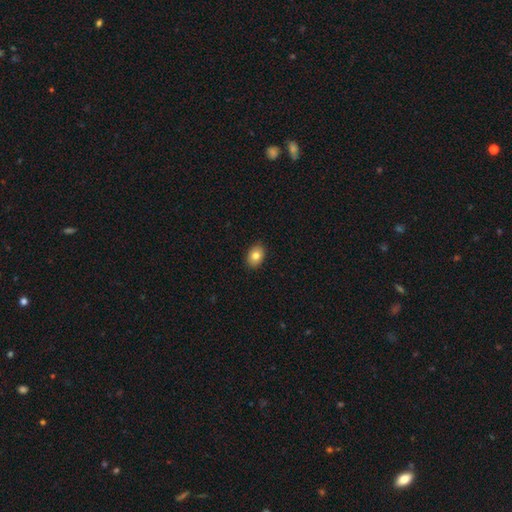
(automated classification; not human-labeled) Smooth or featured?
  - smooth: 81% *
  - featured or disk: 10%
  - star or artifact: 9%
How rounded?
  - in between: 75% *
  - round: 24%
  - cigar-shaped: 1%
Merging?
  - none: 90% *
  - minor disturbance: 8%
  - major disturbance: 2%
  - merger: 1%